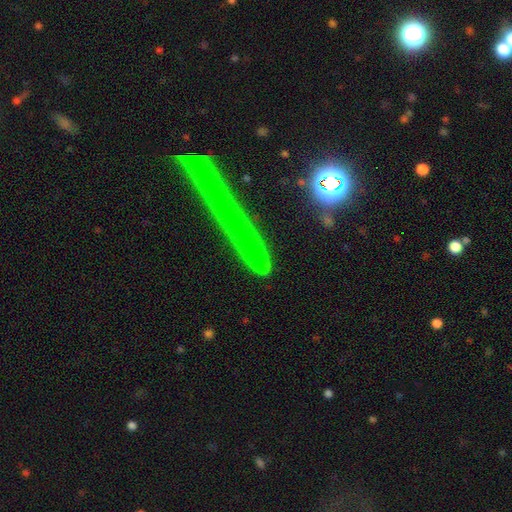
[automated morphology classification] Smooth or featured? star or artifact (56%)